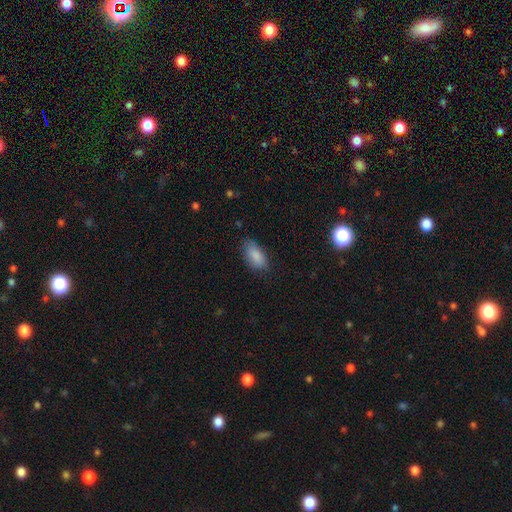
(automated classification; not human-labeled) The model was most divided on "merging": none: 76%, minor disturbance: 19%, major disturbance: 4%, merger: 1%. More confident: how rounded — in between (91%); smooth or featured — smooth (87%).